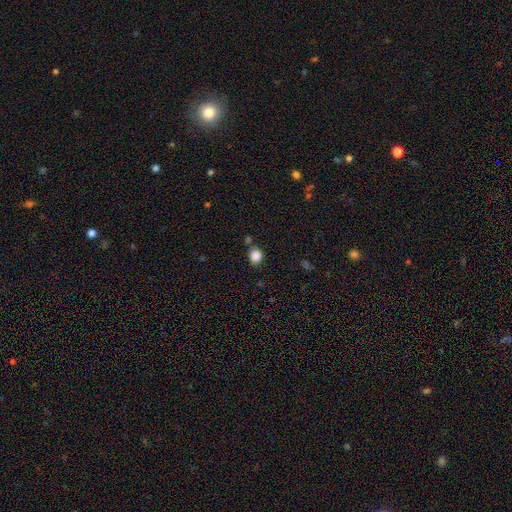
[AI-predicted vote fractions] Morphology: type=smooth (86%); roundness=round (69%); merging=none (74%).